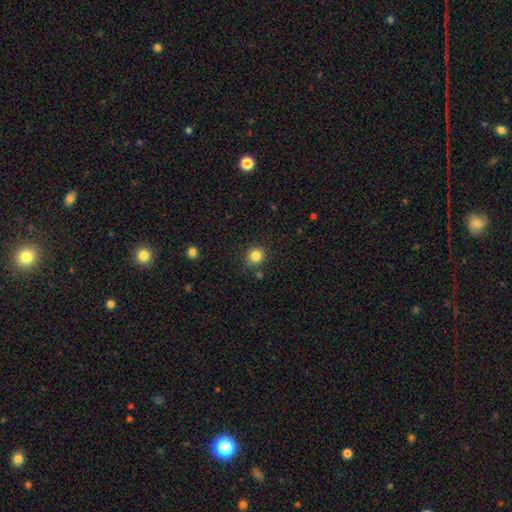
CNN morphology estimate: A smooth galaxy with no disk features (83%) that is round (88%).

Vote fractions:
- Smooth or featured? smooth: 83% / star or artifact: 12% / featured or disk: 5%
- How rounded? round: 88% / in between: 11% / cigar-shaped: 1%
- Merging? none: 83% / minor disturbance: 11% / merger: 4% / major disturbance: 3%